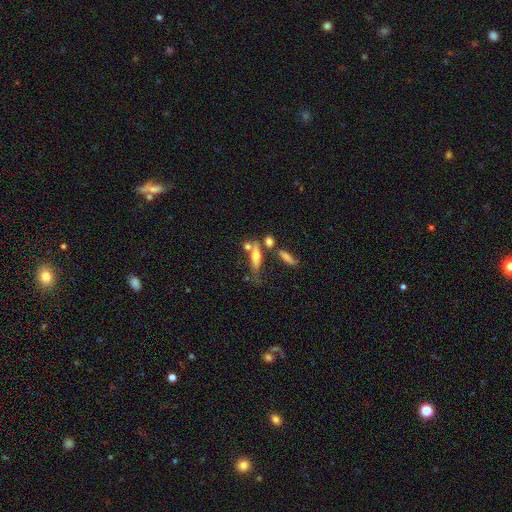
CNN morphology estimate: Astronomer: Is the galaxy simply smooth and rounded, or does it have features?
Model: smooth — 53% (runner-up: featured or disk, 36%).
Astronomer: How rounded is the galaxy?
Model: cigar-shaped — 56% (runner-up: in between, 38%).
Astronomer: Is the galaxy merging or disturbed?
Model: none — 43% (runner-up: merger, 29%).